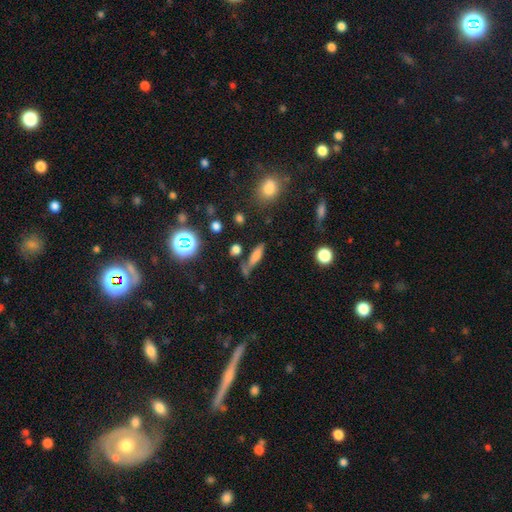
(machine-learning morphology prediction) smooth 61%, featured or disk 22%, star or artifact 17%. Down the decision tree: how rounded — cigar-shaped (62%); merging — none (62%).